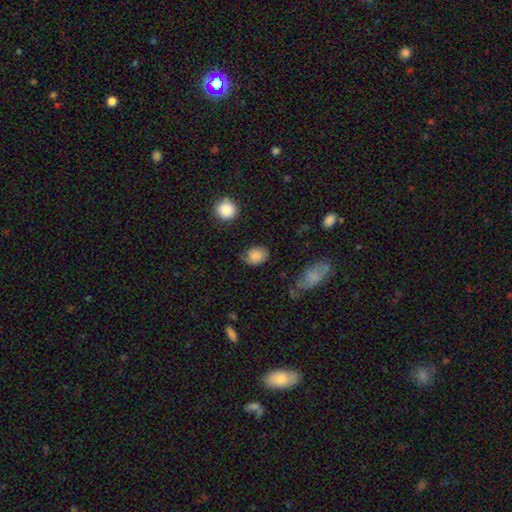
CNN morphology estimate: This is clearly a smooth galaxy (83%). How rounded: likely in between (60%). Merging: likely none (64%).